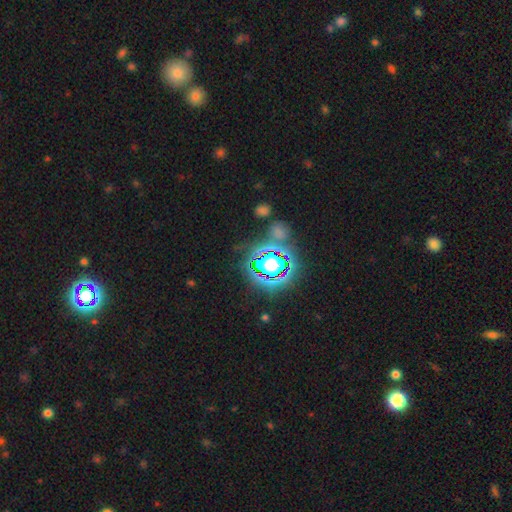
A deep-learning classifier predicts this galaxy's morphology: Smooth or featured: star or artifact — 80% (smooth — 12%)